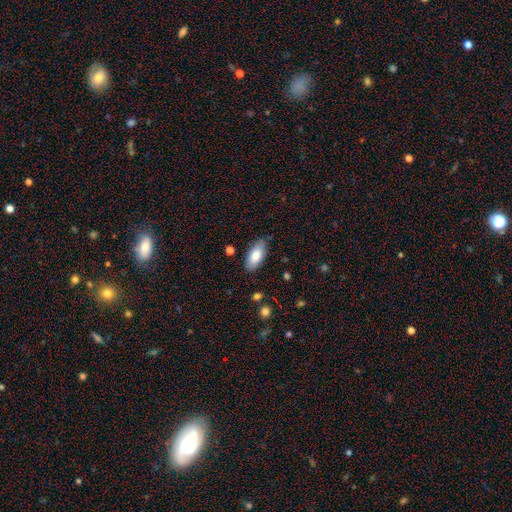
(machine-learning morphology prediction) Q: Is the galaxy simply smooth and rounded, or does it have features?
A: smooth — 82%.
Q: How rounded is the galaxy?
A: in between — 89%.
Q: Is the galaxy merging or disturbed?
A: none — 83%.